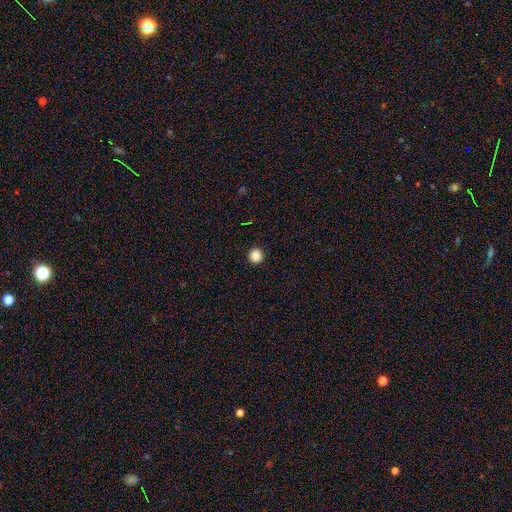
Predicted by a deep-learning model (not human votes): A smooth galaxy with no disk features (87%) that is round (96%). Merging: none (94%).